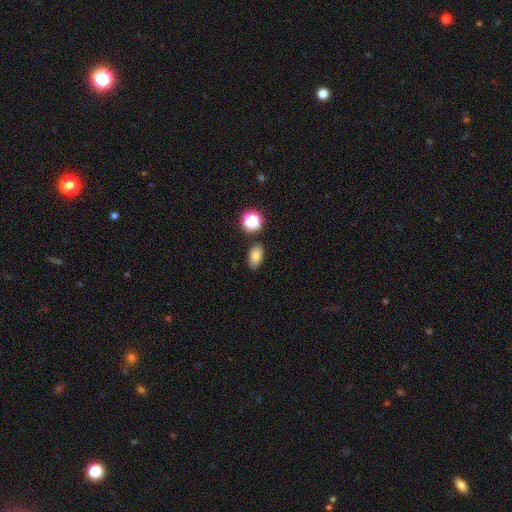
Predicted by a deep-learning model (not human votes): Smooth or featured: smooth — 79% (star or artifact — 13%)
How rounded: in between — 87% (round — 11%)
Merging: none — 82% (minor disturbance — 11%)